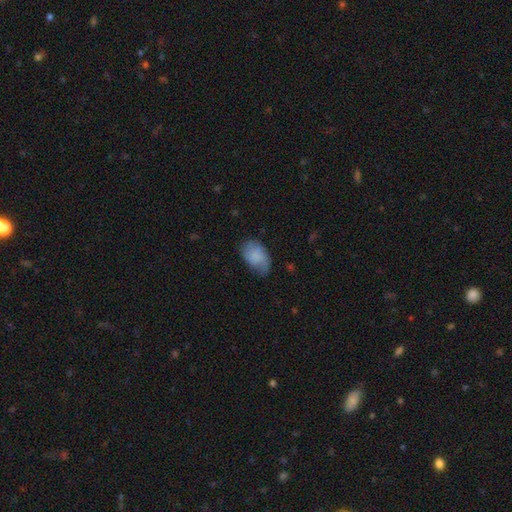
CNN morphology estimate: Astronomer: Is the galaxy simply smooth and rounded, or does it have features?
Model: smooth — 72%.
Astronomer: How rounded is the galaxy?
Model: in between — 89%.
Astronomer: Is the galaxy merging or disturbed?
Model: none — 58%.